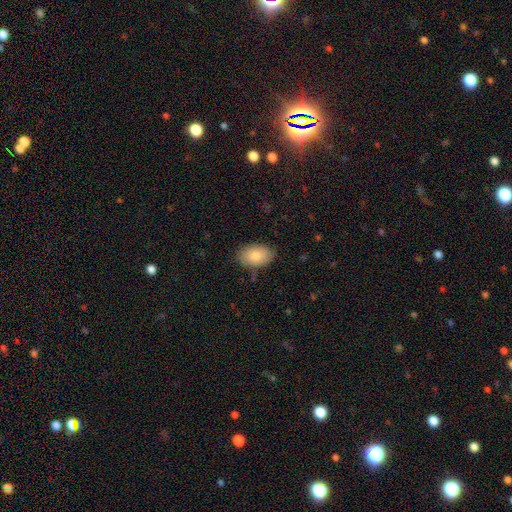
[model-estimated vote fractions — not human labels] smooth 83%, featured or disk 10%, star or artifact 6%. Down the decision tree: how rounded — in between (92%); merging — none (81%).